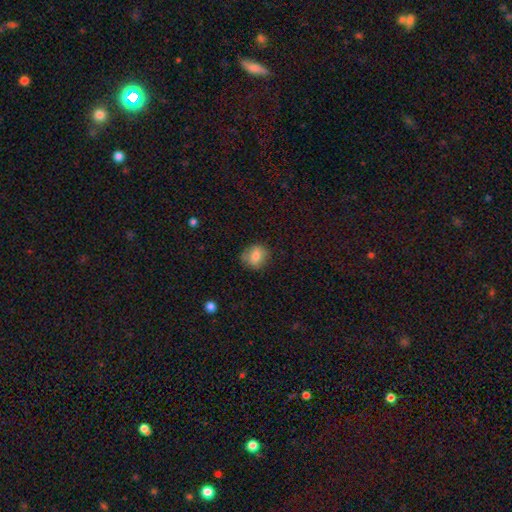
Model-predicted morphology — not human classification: Smooth or featured? smooth (77%)
How rounded? round (70%)
Merging? none (74%)